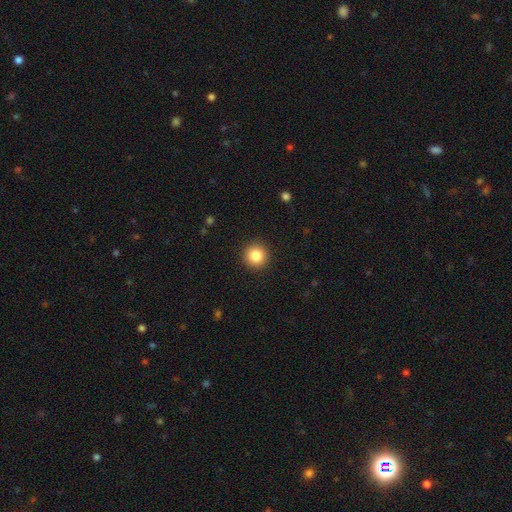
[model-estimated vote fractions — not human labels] smooth 85%, star or artifact 10%, featured or disk 5%. Down the decision tree: how rounded — round (95%); merging — none (92%).